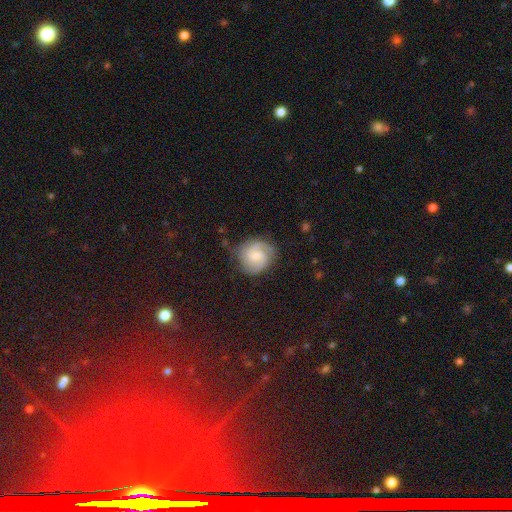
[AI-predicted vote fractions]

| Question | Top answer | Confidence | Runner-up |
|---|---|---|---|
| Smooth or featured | featured or disk | 78% | smooth (16%) |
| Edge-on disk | no | 98% | yes (2%) |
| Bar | weak | 48% | no (43%) |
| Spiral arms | yes | 97% | no (3%) |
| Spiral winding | tight | 45% | medium (44%) |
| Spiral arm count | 2 | 72% | 3 (10%) |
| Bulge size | small | 45% | moderate (36%) |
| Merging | none | 73% | minor disturbance (18%) |